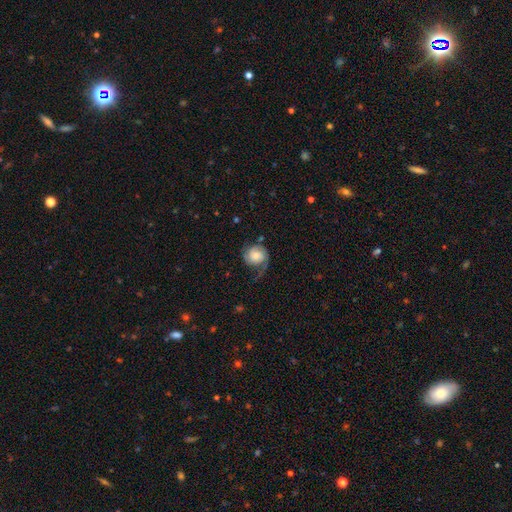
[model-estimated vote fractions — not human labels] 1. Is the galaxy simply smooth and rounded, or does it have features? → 62% featured or disk, 30% smooth, 7% star or artifact.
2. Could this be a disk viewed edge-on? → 98% no, 2% yes.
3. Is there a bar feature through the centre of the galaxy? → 73% no, 23% weak, 4% strong.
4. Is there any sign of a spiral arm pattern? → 92% yes, 8% no.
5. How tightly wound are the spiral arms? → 36% medium (tied), 36% tight (tied), 28% loose.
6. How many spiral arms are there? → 51% 2, 35% 1, 8% can't tell, 3% 3, 1% 4, 1% more than 4.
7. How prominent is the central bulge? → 39% moderate, 33% small, 16% large, 8% none, 4% dominant.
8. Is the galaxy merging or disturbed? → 48% none, 26% major disturbance, 24% minor disturbance, 2% merger.